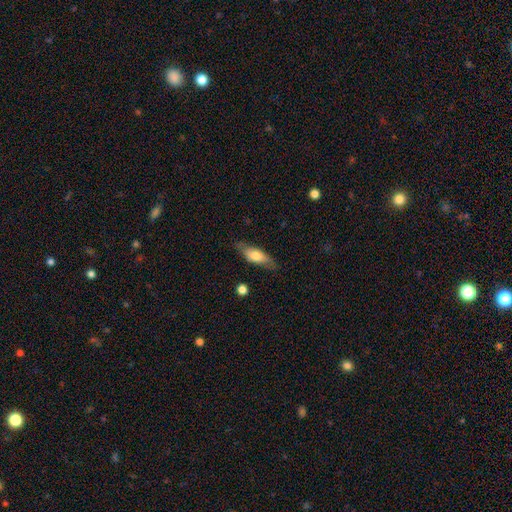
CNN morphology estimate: Overall: smooth (62%; featured or disk 32%). How rounded: in between (59%; cigar-shaped 38%). Merging: none (77%).